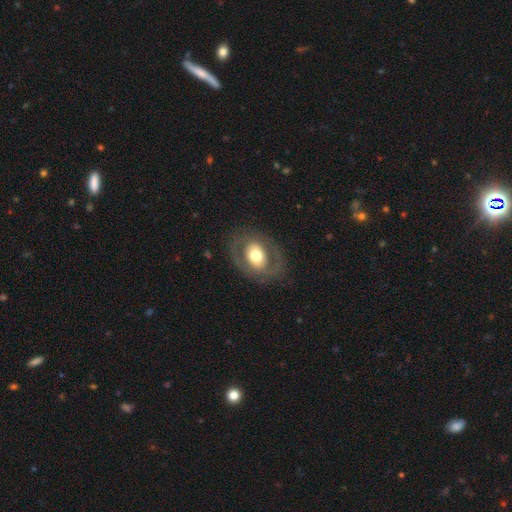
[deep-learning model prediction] A featured or disk galaxy (53%) with no bar (66%), no spiral arms (68%) and a moderate central bulge (57%). Merging: none (79%).